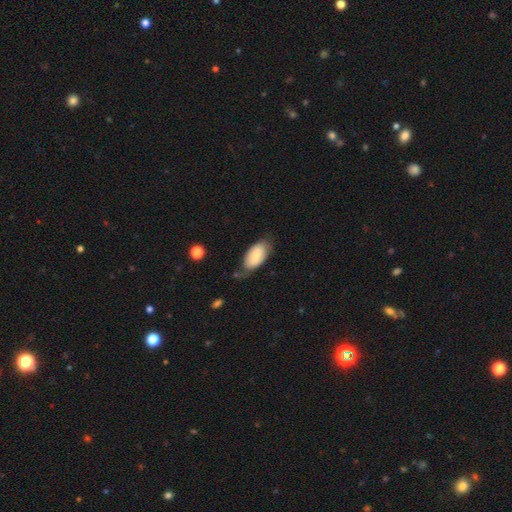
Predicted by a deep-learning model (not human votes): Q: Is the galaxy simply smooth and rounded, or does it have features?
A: smooth — 80%.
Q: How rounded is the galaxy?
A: in between — 94%.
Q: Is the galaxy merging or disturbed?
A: none — 52%.